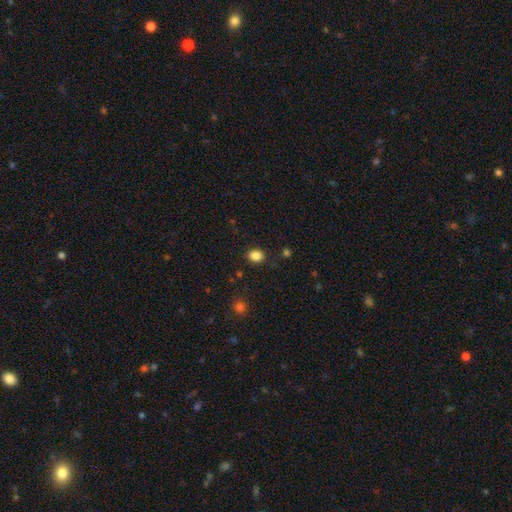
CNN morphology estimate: This is clearly a smooth galaxy (86%). How rounded: possibly in between (58%). Merging: clearly none (86%).